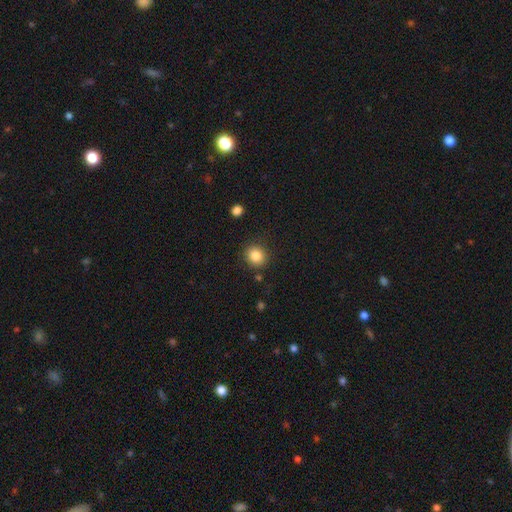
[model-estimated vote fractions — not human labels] The model was most divided on "how rounded": round: 82%, in between: 17%, cigar-shaped: 1%. More confident: merging — none (87%); smooth or featured — smooth (85%).